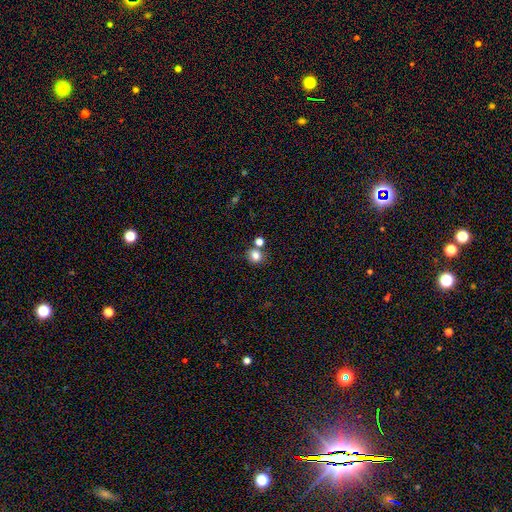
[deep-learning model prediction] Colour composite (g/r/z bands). It shows a smooth galaxy with no disk features (82%) that is round (82%). Merging: none (71%).